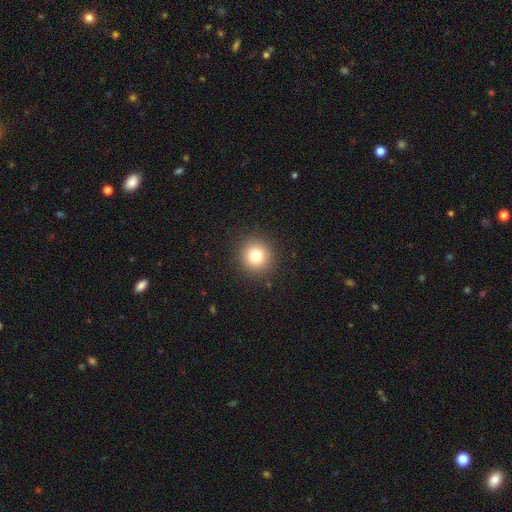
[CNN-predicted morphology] This appears to be a smooth galaxy with no disk features (79%) that is round (94%). Merging: none (91%).